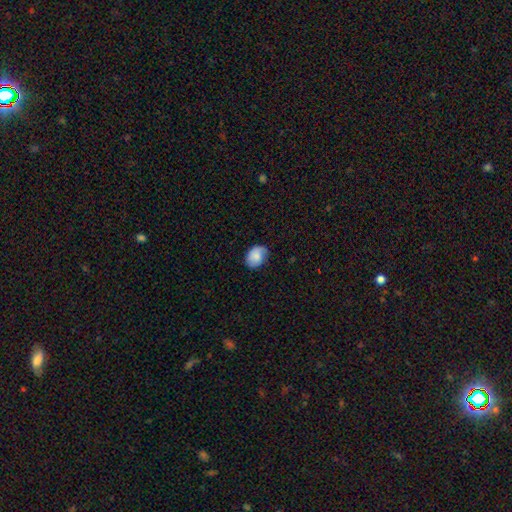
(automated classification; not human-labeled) Morphology: type=smooth (75%); roundness=in between (67%); merging=none (70%).